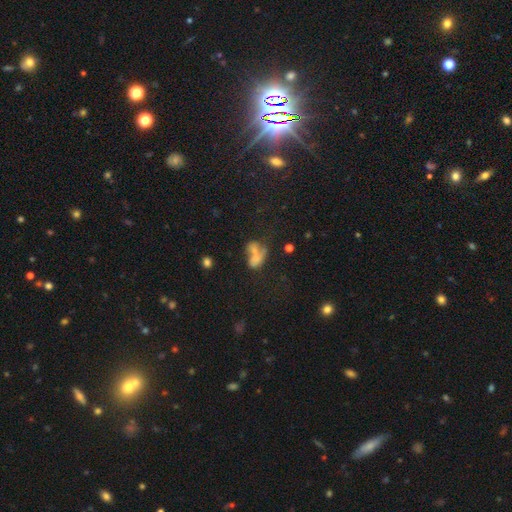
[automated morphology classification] smooth_or_featured: smooth (p=0.60) [alt: featured or disk p=0.24]
how_rounded: in between (p=0.77) [alt: round p=0.19]
merging: merger (p=0.58) [alt: none p=0.18]